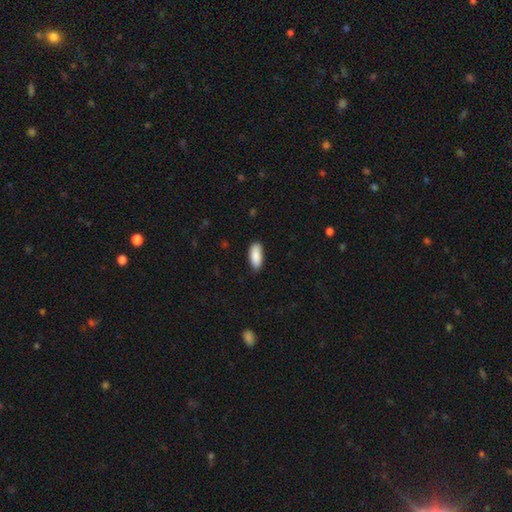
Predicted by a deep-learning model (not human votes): The model was most divided on "how rounded": in between: 84%, cigar-shaped: 15%, round: 2%. More confident: smooth or featured — smooth (89%); merging — none (84%).